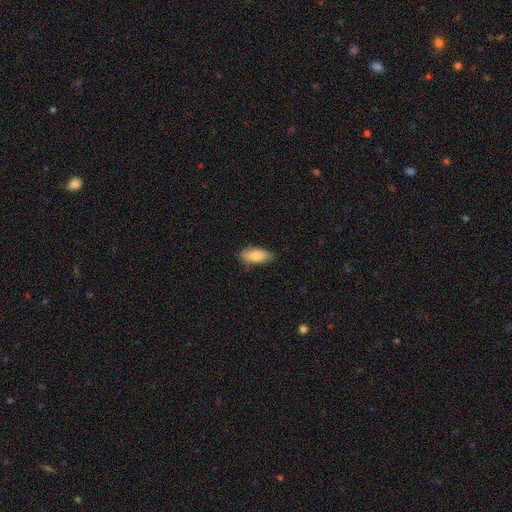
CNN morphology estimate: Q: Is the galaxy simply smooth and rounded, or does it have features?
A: smooth — 84%.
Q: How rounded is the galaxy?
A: in between — 87%.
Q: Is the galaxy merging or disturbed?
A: none — 78%.